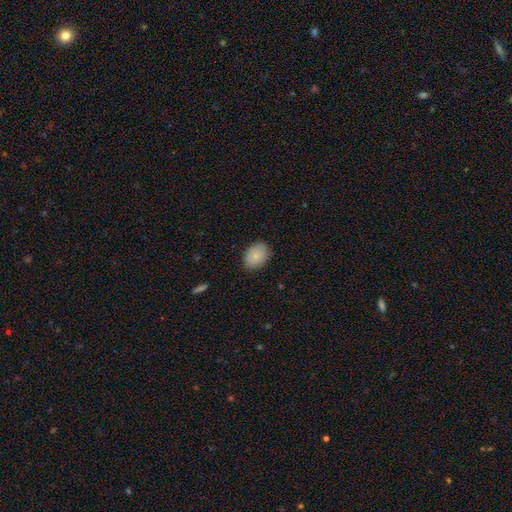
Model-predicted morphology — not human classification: A smooth galaxy with no disk features (83%) that is in between round and cigar-shaped (73%). Merging: none (85%).